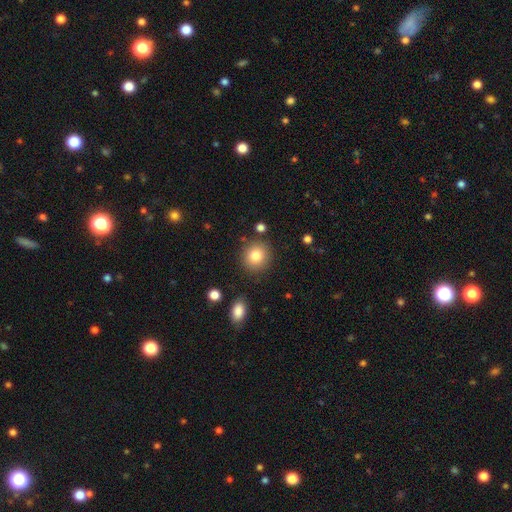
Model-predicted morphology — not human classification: type=smooth (82%); roundness=round (87%); merging=none (86%).